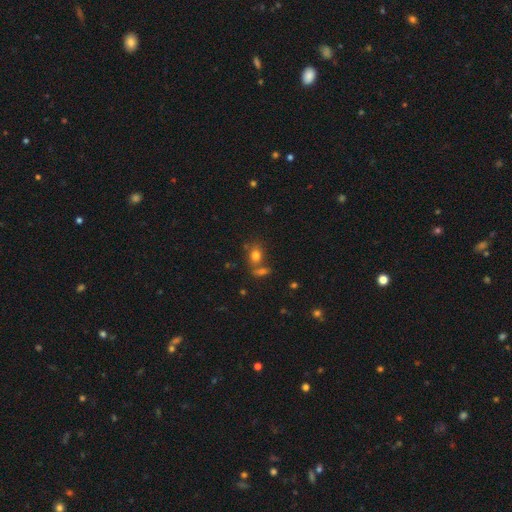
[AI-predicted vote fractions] Smooth or featured?
  - smooth: 77% *
  - star or artifact: 13%
  - featured or disk: 10%
How rounded?
  - in between: 61% *
  - round: 37%
  - cigar-shaped: 2%
Merging?
  - none: 55% *
  - merger: 28%
  - minor disturbance: 13%
  - major disturbance: 5%